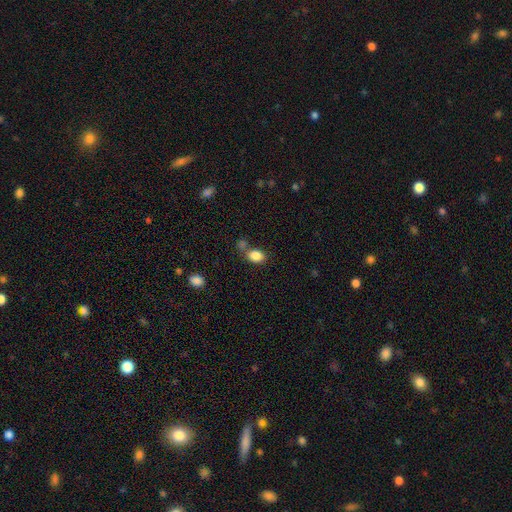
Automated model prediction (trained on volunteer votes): Smooth or featured? smooth (86%)
How rounded? in between (73%)
Merging? none (57%)